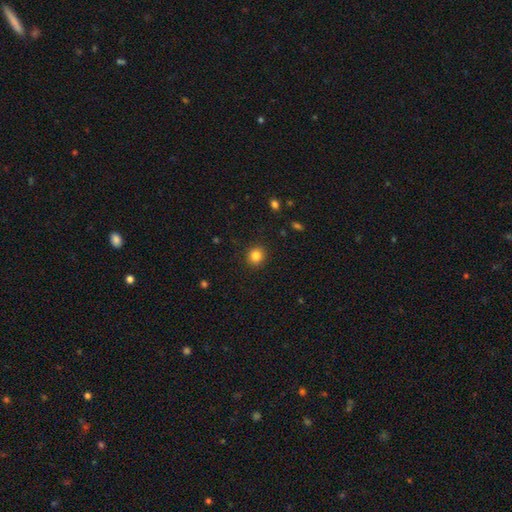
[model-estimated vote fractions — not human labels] Smooth or featured?
  - smooth: 84% *
  - star or artifact: 11%
  - featured or disk: 5%
How rounded?
  - round: 89% *
  - in between: 10%
  - cigar-shaped: 1%
Merging?
  - none: 91% *
  - minor disturbance: 6%
  - major disturbance: 2%
  - merger: 1%